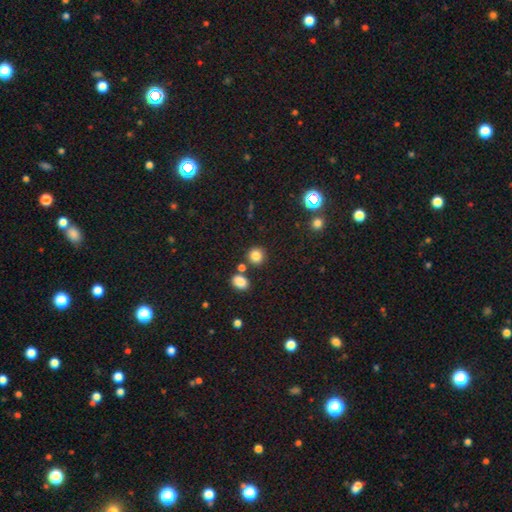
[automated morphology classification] A smooth galaxy with no disk features (82%) that is round (86%).

Vote fractions:
- Smooth or featured? smooth: 82% / star or artifact: 12% / featured or disk: 6%
- How rounded? round: 86% / in between: 13% / cigar-shaped: 1%
- Merging? none: 78% / merger: 11% / minor disturbance: 8% / major disturbance: 3%